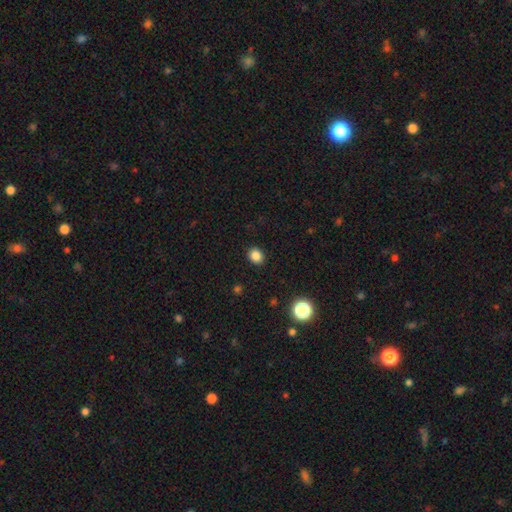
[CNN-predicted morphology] Q: Smooth or featured?
A: smooth (85%); runner-up: star or artifact (12%)
Q: How rounded?
A: round (62%); runner-up: in between (37%)
Q: Merging?
A: none (90%); runner-up: minor disturbance (7%)